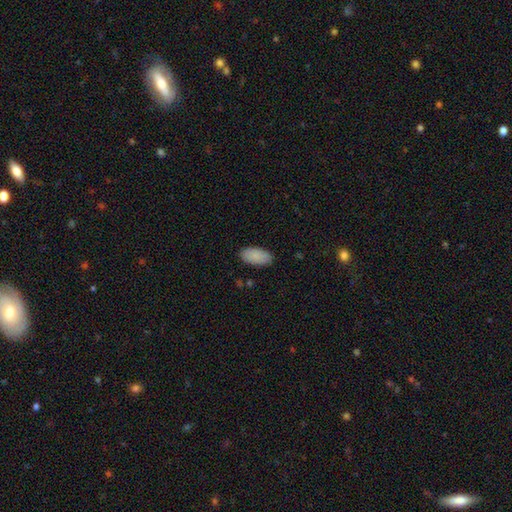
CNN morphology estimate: smooth_or_featured: smooth (p=0.89) [alt: star or artifact p=0.06]
how_rounded: in between (p=0.94) [alt: cigar-shaped p=0.04]
merging: none (p=0.87) [alt: minor disturbance p=0.10]